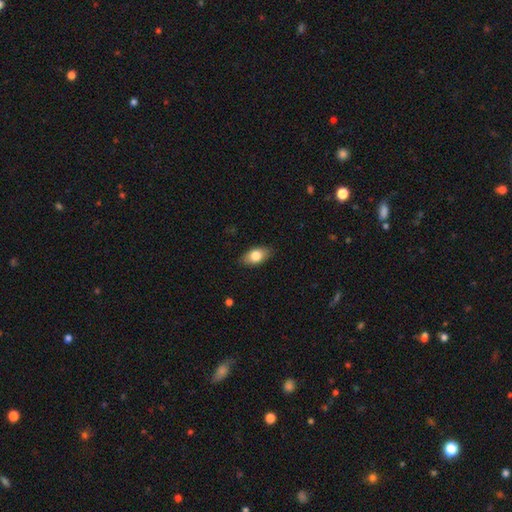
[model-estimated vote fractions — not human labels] Smooth or featured?
  - smooth: 79% *
  - featured or disk: 14%
  - star or artifact: 7%
How rounded?
  - in between: 89% *
  - round: 7%
  - cigar-shaped: 4%
Merging?
  - none: 86% *
  - minor disturbance: 11%
  - major disturbance: 2%
  - merger: 1%